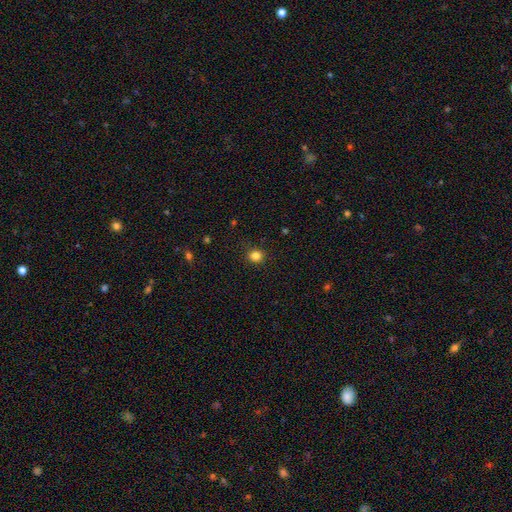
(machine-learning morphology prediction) A smooth galaxy with no disk features (83%) that is round (87%).

Vote fractions:
- Smooth or featured? smooth: 83% / star or artifact: 13% / featured or disk: 4%
- How rounded? round: 87% / in between: 13% / cigar-shaped: 1%
- Merging? none: 90% / minor disturbance: 7% / major disturbance: 2% / merger: 1%